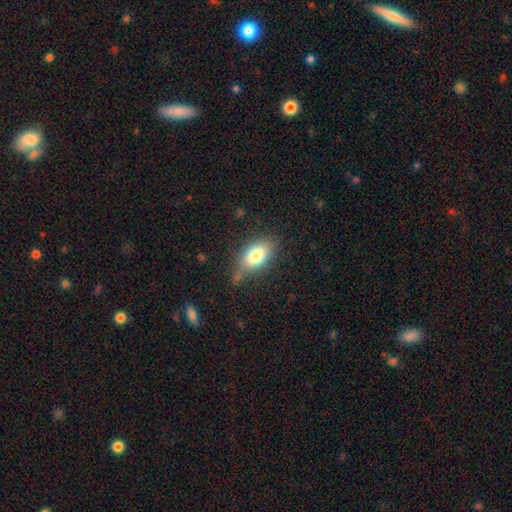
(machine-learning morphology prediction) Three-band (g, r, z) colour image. It shows a smooth galaxy with no disk features (77%) that is in between round and cigar-shaped (88%). Merging: none (62%).